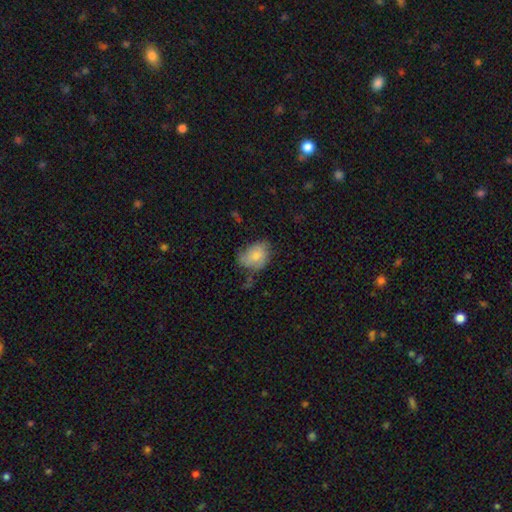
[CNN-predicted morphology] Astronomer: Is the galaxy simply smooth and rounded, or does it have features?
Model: smooth — 67%.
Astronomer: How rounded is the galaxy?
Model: in between — 68%.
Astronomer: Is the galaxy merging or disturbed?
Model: none — 44% (runner-up: minor disturbance, 36%).